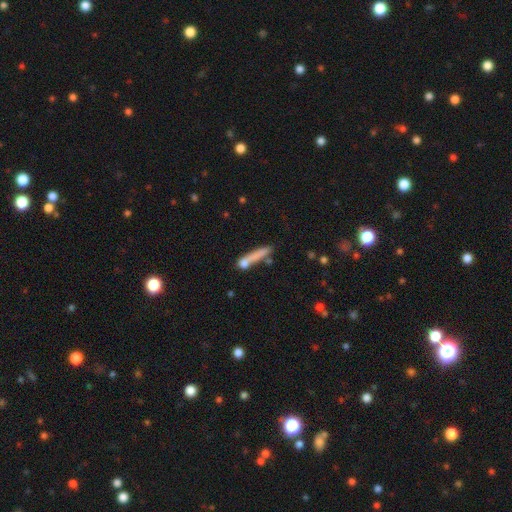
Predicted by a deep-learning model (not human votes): smooth_or_featured: smooth (p=0.69) [alt: featured or disk p=0.22]
how_rounded: cigar-shaped (p=0.89) [alt: in between p=0.08]
merging: none (p=0.57) [alt: merger p=0.18]